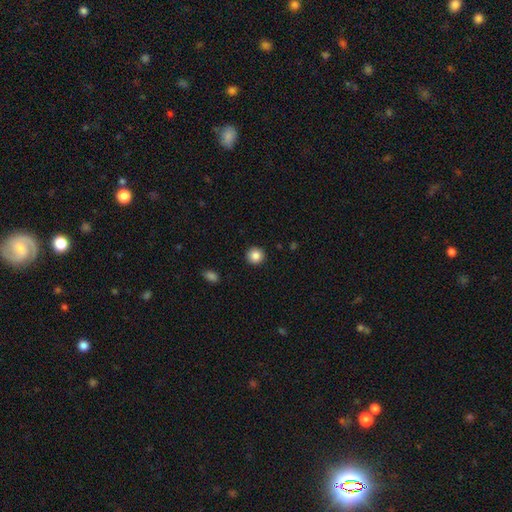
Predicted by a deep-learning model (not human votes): Smooth or featured? Predicted: smooth (p=0.86). How rounded? Predicted: round (p=0.94). Merging? Predicted: none (p=0.92).